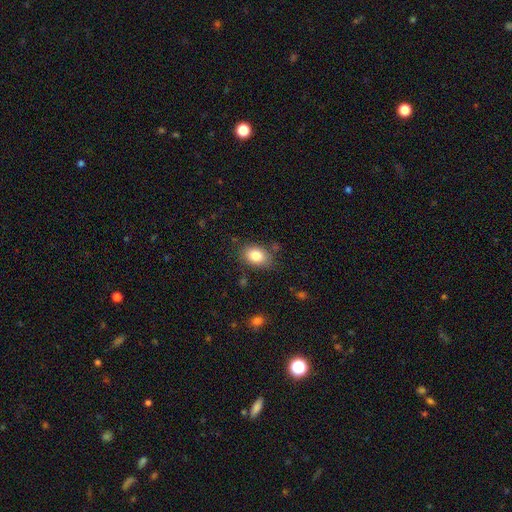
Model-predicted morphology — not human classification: type=smooth (83%); roundness=in between (78%); merging=none (78%).